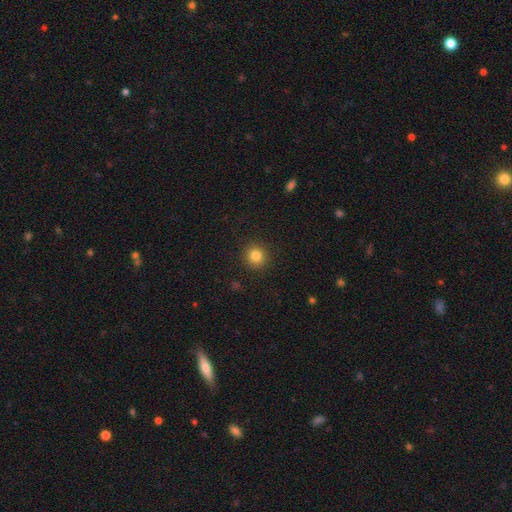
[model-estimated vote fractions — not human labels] Smooth or featured?
  - smooth: 83% *
  - star or artifact: 12%
  - featured or disk: 5%
How rounded?
  - round: 93% *
  - in between: 7%
  - cigar-shaped: 1%
Merging?
  - none: 91% *
  - minor disturbance: 6%
  - major disturbance: 2%
  - merger: 1%